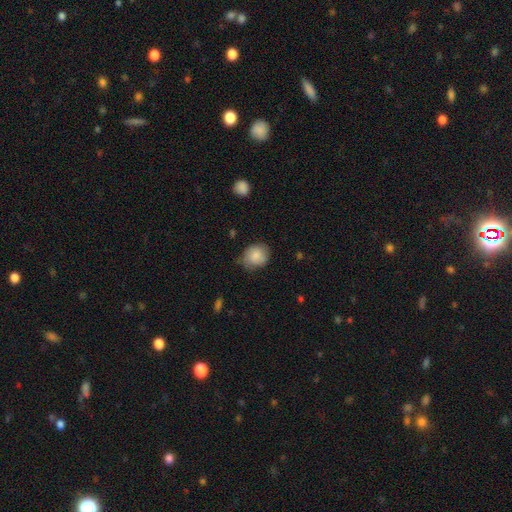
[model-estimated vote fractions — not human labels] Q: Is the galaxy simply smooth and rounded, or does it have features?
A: smooth — 81%.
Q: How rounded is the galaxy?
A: round — 66%.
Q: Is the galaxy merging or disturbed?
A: none — 66%.